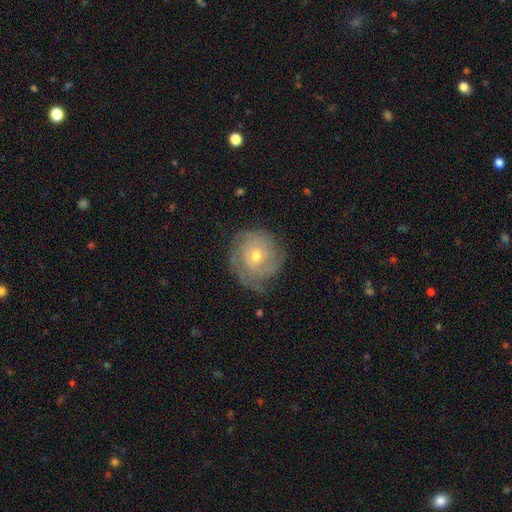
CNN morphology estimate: The model was most divided on "bulge size": moderate: 58%, small: 39%, large: 2%, none: 1%, dominant: 1%. Remaining: edge-on disk — no (97%); spiral arms — yes (91%); smooth or featured — featured or disk (76%); spiral winding — tight (76%); bar — no (74%); merging — none (71%); spiral arm count — can't tell (43%).